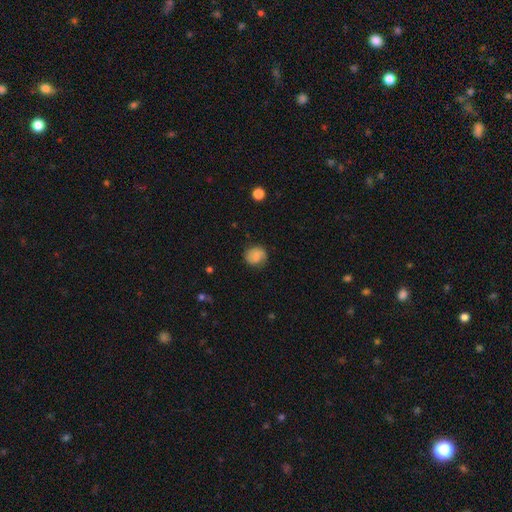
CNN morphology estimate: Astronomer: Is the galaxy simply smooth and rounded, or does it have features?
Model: smooth — 61%.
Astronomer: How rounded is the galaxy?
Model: round — 75%.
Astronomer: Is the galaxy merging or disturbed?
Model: none — 77%.